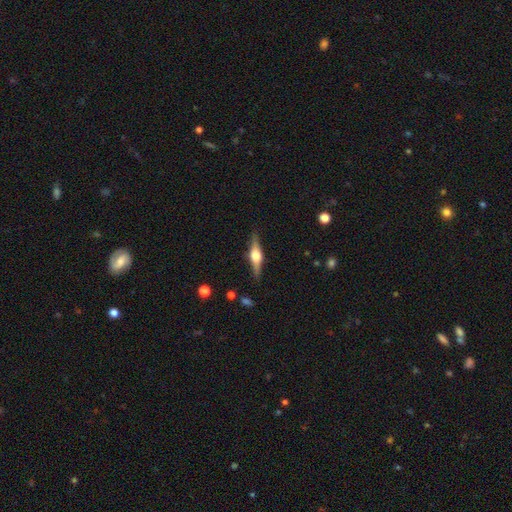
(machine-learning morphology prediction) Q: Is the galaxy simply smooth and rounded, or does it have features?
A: featured or disk — 76%.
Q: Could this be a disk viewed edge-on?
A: yes — 97%.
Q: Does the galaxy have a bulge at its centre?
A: rounded — 92%.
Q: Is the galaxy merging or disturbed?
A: none — 88%.